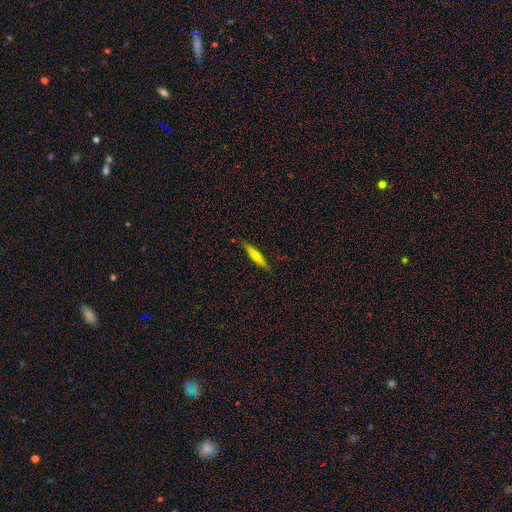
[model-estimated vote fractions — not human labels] Smooth or featured: smooth — 53% (featured or disk — 40%)
How rounded: cigar-shaped — 90% (in between — 8%)
Merging: none — 88% (minor disturbance — 9%)